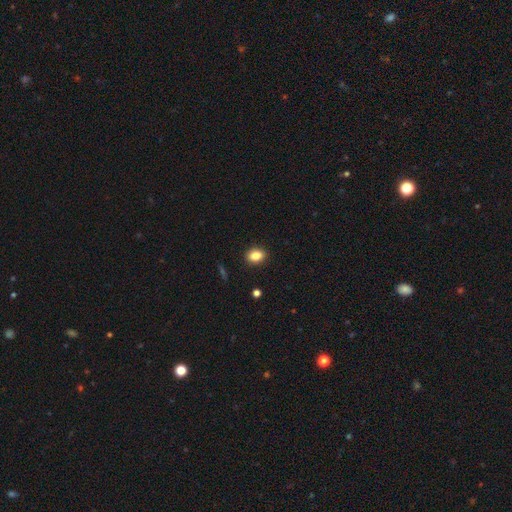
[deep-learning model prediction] Smooth or featured: smooth — 85% (star or artifact — 9%)
How rounded: in between — 68% (round — 31%)
Merging: none — 89% (minor disturbance — 8%)